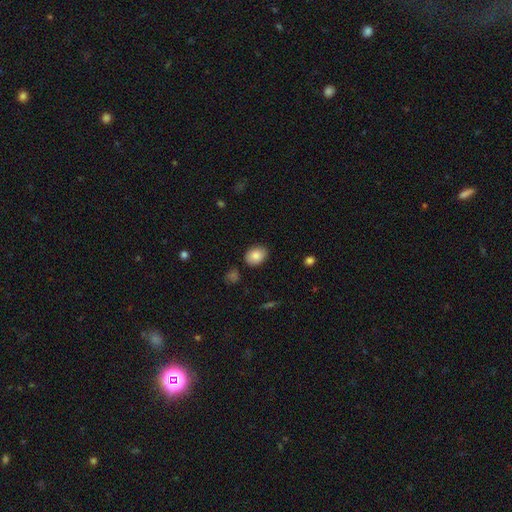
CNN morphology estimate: smooth_or_featured: smooth (p=0.86) [alt: star or artifact p=0.08]
how_rounded: in between (p=0.72) [alt: round p=0.27]
merging: none (p=0.85) [alt: minor disturbance p=0.11]